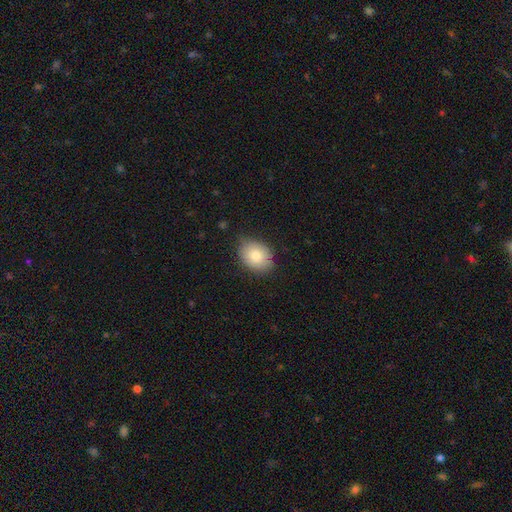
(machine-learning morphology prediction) Smooth or featured: smooth — 81% (featured or disk — 11%)
How rounded: in between — 64% (round — 35%)
Merging: none — 77% (minor disturbance — 19%)